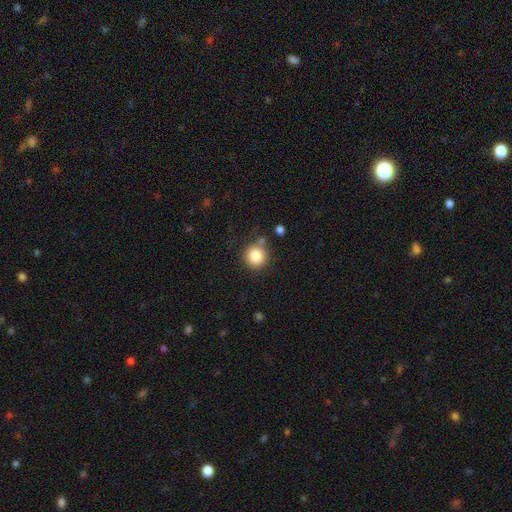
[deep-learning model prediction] Overall: smooth (83%). How rounded: round (92%). Merging: none (79%).